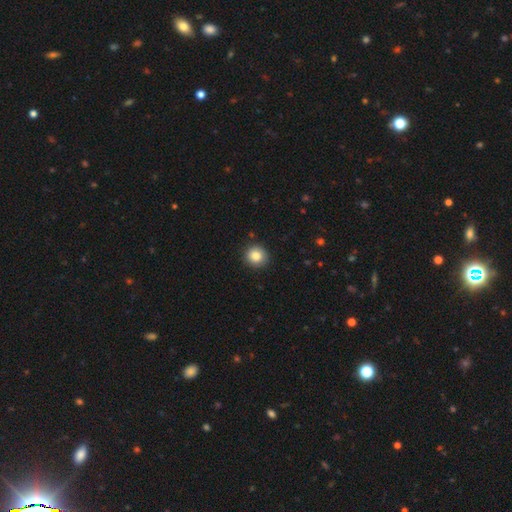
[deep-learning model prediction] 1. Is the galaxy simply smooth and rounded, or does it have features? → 85% smooth, 9% star or artifact, 6% featured or disk.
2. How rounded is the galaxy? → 91% round, 8% in between, 1% cigar-shaped.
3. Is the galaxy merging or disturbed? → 90% none, 7% minor disturbance, 2% major disturbance, 1% merger.